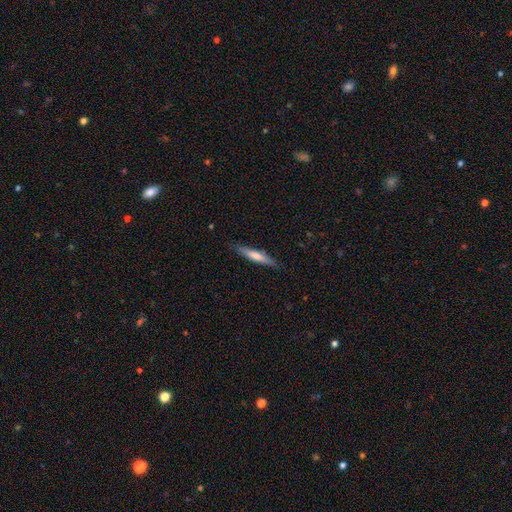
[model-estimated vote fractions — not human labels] This appears to be a smooth galaxy with no disk features (53%) that is cigar-shaped (91%). Merging: none (87%).